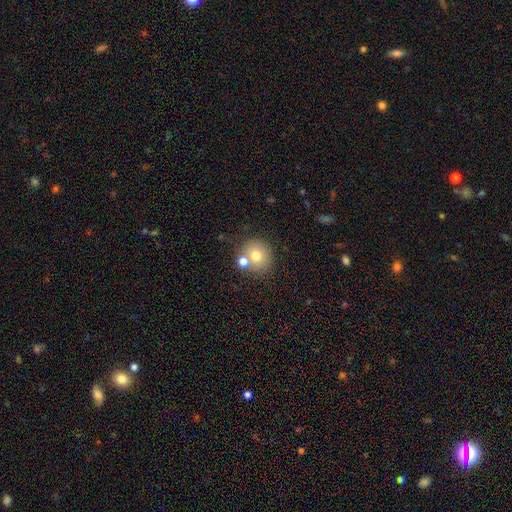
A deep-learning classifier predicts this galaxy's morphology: This is likely a smooth galaxy (72%). How rounded: clearly round (87%). Merging: likely none (64%).